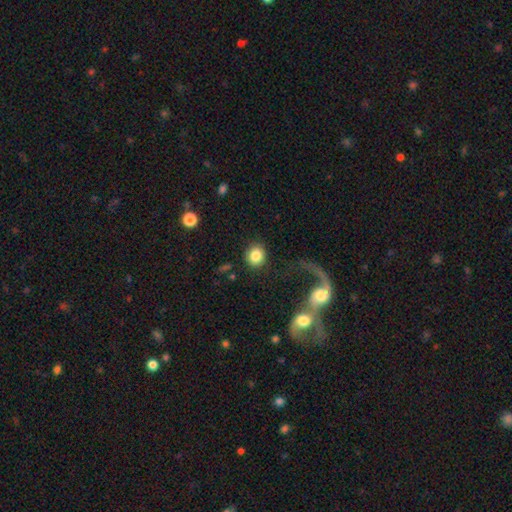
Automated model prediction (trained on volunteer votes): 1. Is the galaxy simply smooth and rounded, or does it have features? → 83% smooth, 9% featured or disk, 8% star or artifact.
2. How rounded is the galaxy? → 82% round, 16% in between, 1% cigar-shaped.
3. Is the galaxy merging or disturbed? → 81% none, 8% minor disturbance, 6% major disturbance, 5% merger.